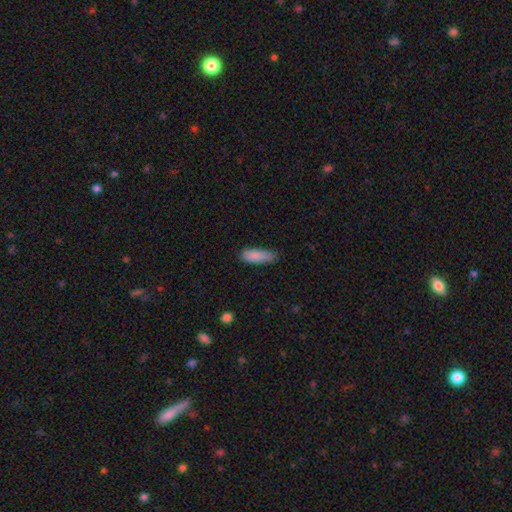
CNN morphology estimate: Smooth or featured? smooth (86%)
How rounded? in between (58%)
Merging? none (65%)